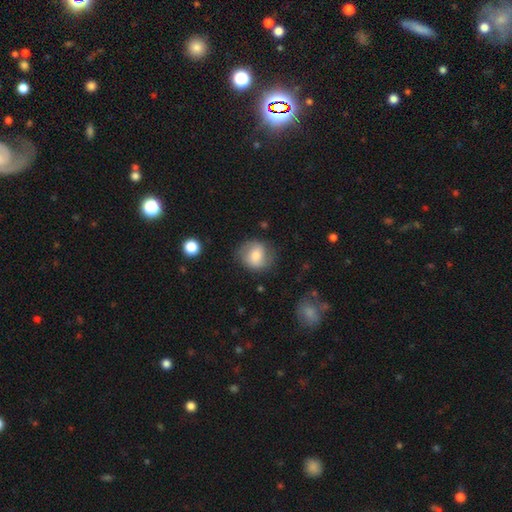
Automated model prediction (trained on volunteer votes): Smooth or featured? smooth (64%)
How rounded? round (77%)
Merging? none (74%)